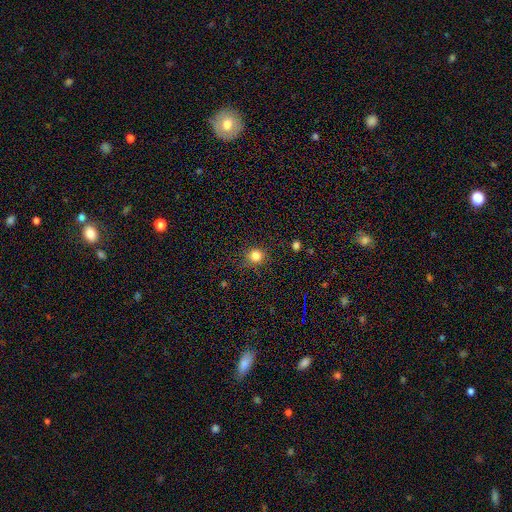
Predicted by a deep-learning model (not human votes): This appears to be a smooth galaxy with no disk features (82%) that is round (89%). Merging: none (87%).